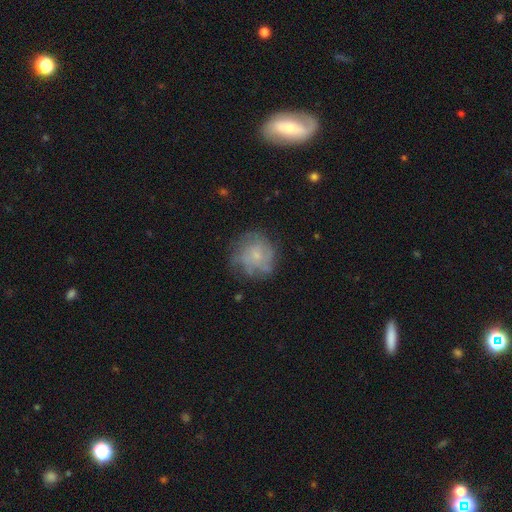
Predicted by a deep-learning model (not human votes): This is possibly a featured or disk galaxy (49%). Merging: likely none (65%).